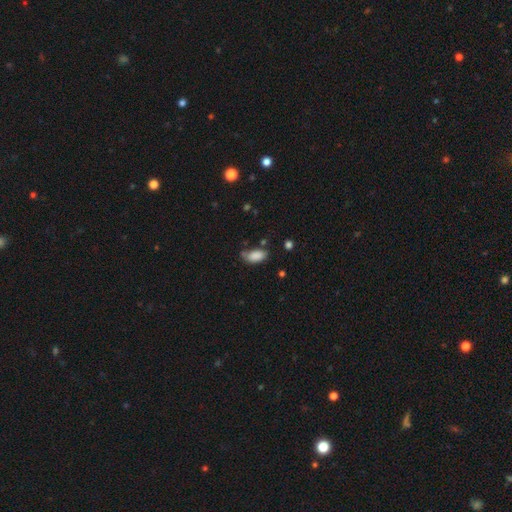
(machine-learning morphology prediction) smooth 87%, star or artifact 8%, featured or disk 6%. Down the decision tree: how rounded — in between (92%); merging — none (63%).